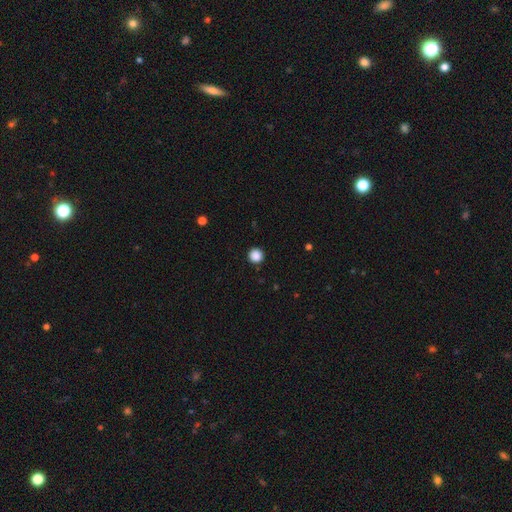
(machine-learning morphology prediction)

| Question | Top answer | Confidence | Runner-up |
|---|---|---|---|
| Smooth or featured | smooth | 87% | star or artifact (10%) |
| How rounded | round | 96% | in between (3%) |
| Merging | none | 92% | minor disturbance (5%) |